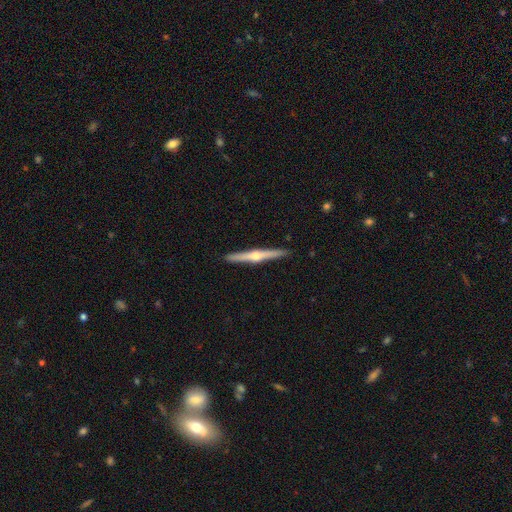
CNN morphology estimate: Smooth or featured? Predicted: featured or disk (p=0.75). Edge-on disk? Predicted: yes (p=0.98). Edge-on bulge? Predicted: rounded (p=0.94). Merging? Predicted: none (p=0.92).